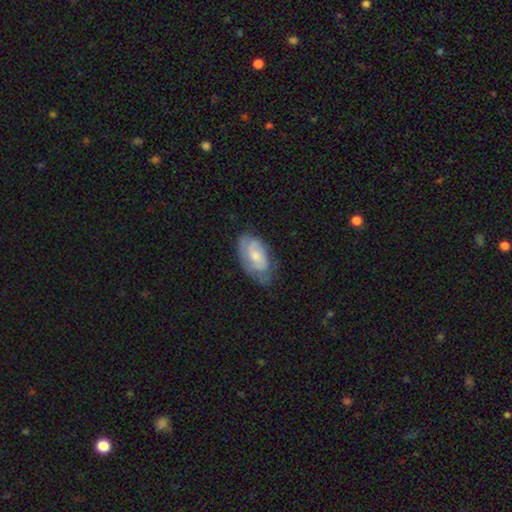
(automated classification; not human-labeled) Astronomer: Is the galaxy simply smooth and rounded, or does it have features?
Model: featured or disk — 47%, tied with smooth at 47%.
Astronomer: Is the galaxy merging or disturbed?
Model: none — 56% (runner-up: minor disturbance, 32%).